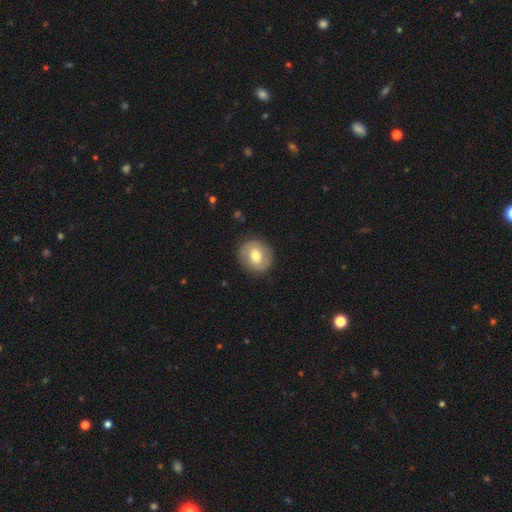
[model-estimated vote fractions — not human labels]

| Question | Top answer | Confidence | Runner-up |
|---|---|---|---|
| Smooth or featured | smooth | 60% | featured or disk (33%) |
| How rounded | round | 81% | in between (18%) |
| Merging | none | 86% | minor disturbance (9%) |